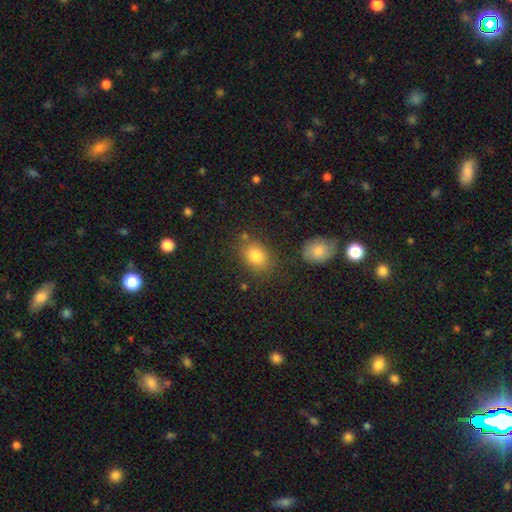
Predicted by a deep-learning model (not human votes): smooth 82%, star or artifact 10%, featured or disk 8%. Down the decision tree: how rounded — in between (70%); merging — none (77%).